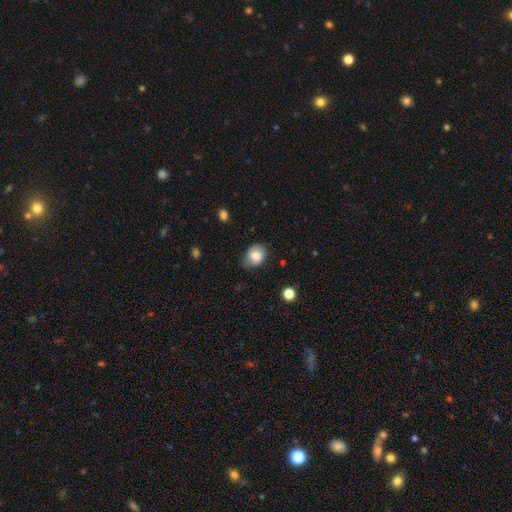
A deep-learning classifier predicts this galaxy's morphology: The model was most divided on "how rounded": in between: 52%, round: 47%, cigar-shaped: 1%. More confident: smooth or featured — smooth (82%); merging — none (66%).